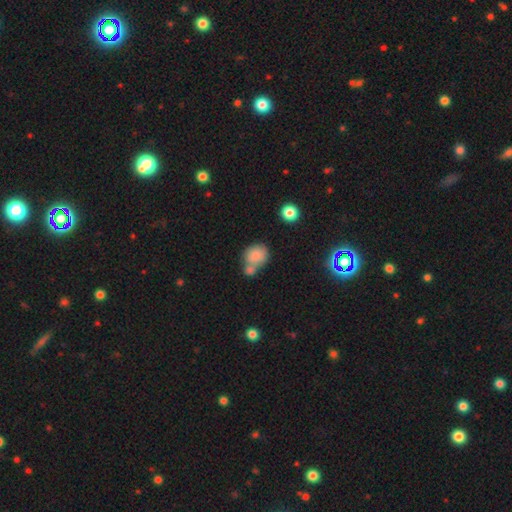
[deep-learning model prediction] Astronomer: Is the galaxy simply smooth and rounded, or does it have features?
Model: smooth — 82%.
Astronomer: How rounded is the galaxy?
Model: round — 54% (runner-up: in between, 44%).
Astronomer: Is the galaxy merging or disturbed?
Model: merger — 46% (runner-up: none, 35%).